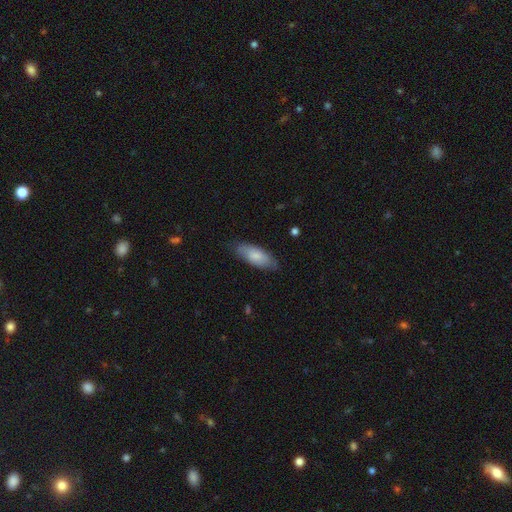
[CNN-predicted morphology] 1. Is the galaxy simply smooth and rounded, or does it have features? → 77% smooth, 17% featured or disk, 5% star or artifact.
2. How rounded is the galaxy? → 77% in between, 21% cigar-shaped, 2% round.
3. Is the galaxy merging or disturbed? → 78% none, 18% minor disturbance, 3% major disturbance, 1% merger.